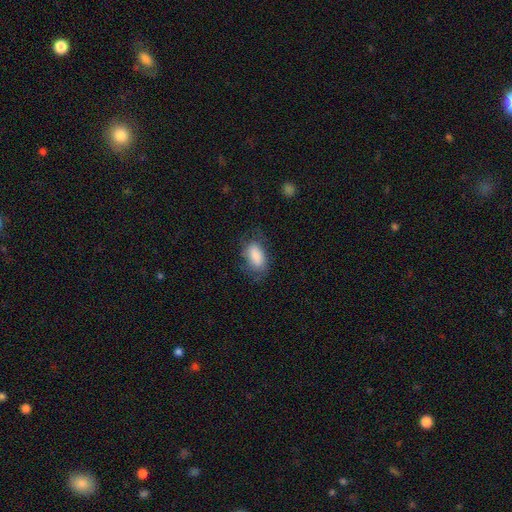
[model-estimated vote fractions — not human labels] Q: Smooth or featured?
A: smooth (83%); runner-up: featured or disk (10%)
Q: How rounded?
A: in between (92%); runner-up: round (4%)
Q: Merging?
A: none (64%); runner-up: minor disturbance (23%)